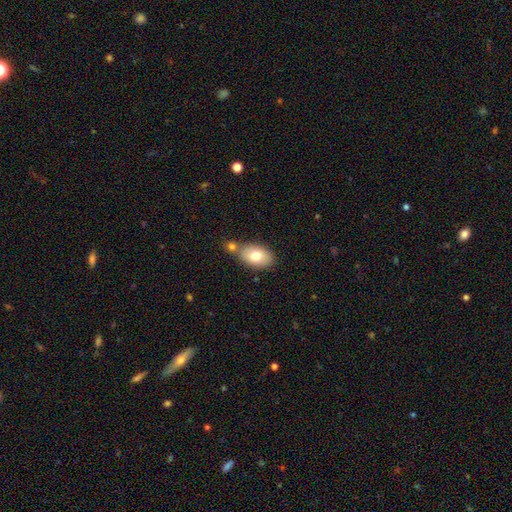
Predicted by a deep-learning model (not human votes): A smooth galaxy with no disk features (76%) that is in between round and cigar-shaped (89%). Merging: none (58%).